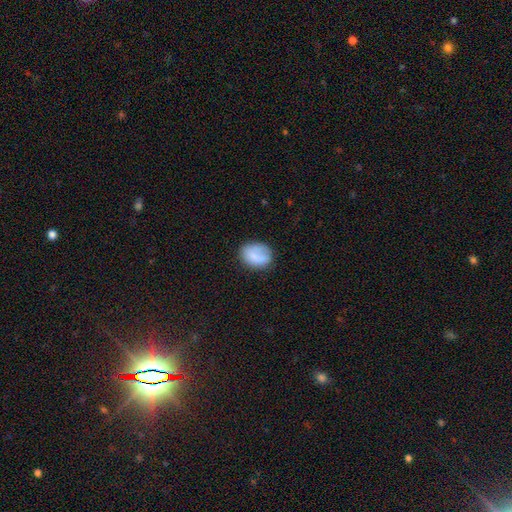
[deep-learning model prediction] Smooth or featured? Predicted: smooth (p=0.79). How rounded? Predicted: in between (p=0.56). Merging? Predicted: none (p=0.66).